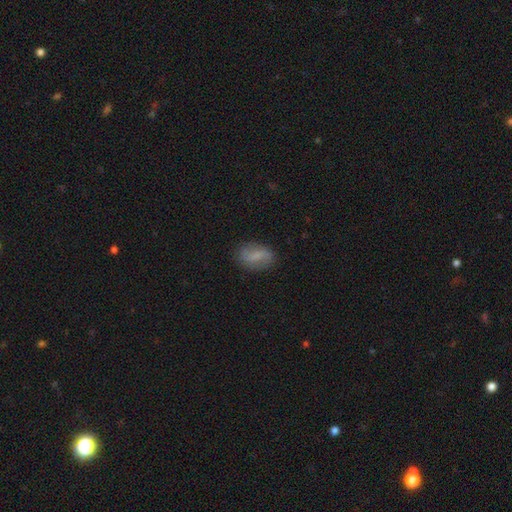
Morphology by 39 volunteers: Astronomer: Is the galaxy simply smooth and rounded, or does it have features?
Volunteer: smooth — 62%.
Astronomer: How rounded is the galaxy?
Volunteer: in between — 79%.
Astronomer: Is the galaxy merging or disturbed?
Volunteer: none — 75%.